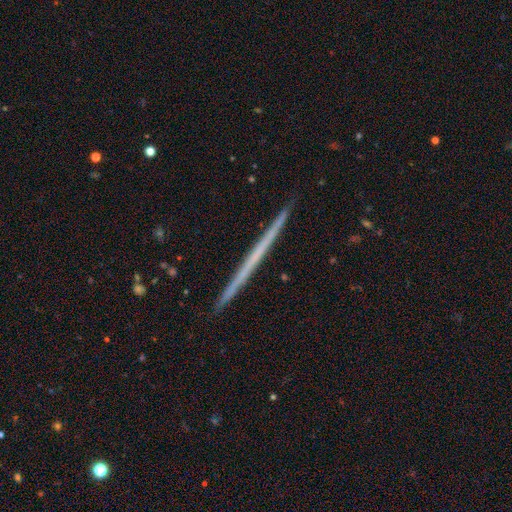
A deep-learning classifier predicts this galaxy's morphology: A featured or disk galaxy (62%) viewed edge-on (98%) with no central bulge (87%).

Vote fractions:
- Smooth or featured? featured or disk: 62% / smooth: 31% / star or artifact: 7%
- Edge-on disk? yes: 98% / no: 2%
- Edge-on bulge? none: 87% / rounded: 10% / boxy: 3%
- Merging? none: 92% / minor disturbance: 6% / major disturbance: 1% / merger: 1%